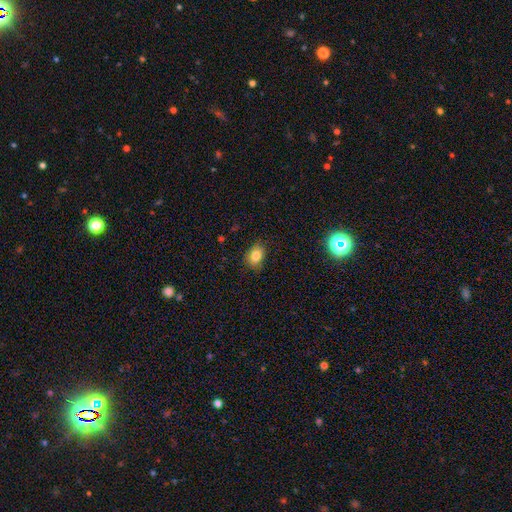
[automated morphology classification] Smooth or featured? Predicted: smooth (p=0.83). How rounded? Predicted: in between (p=0.68). Merging? Predicted: none (p=0.82).